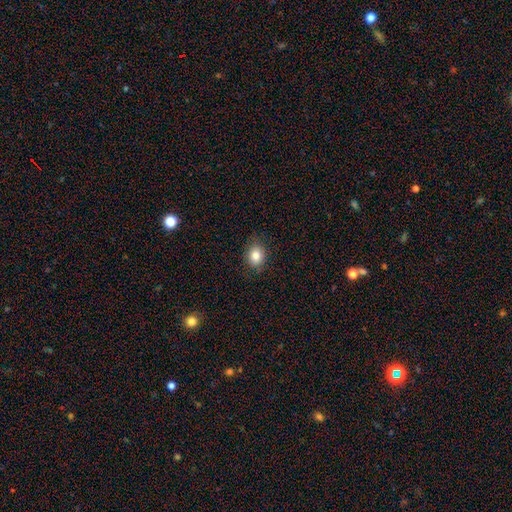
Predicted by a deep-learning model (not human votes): This appears to be a smooth galaxy with no disk features (83%) that is round (50%). Merging: none (84%).